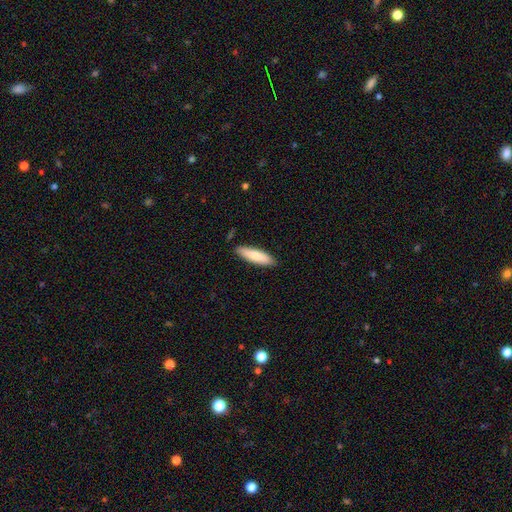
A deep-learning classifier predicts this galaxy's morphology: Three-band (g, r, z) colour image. It shows a smooth galaxy with no disk features (79%) that is cigar-shaped (62%). Merging: none (87%).